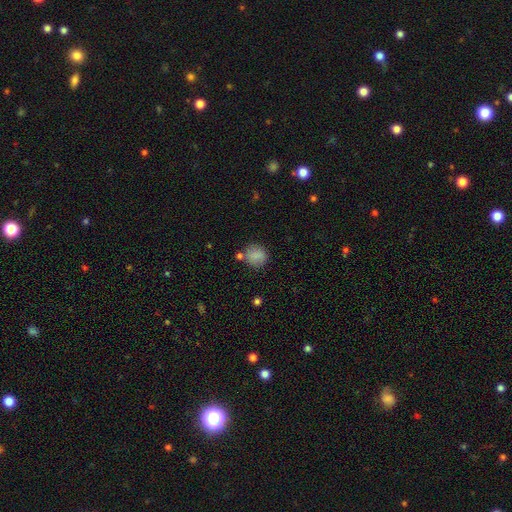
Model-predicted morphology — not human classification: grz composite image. It shows a smooth galaxy with no disk features (83%) that is round (78%). Merging: none (72%).